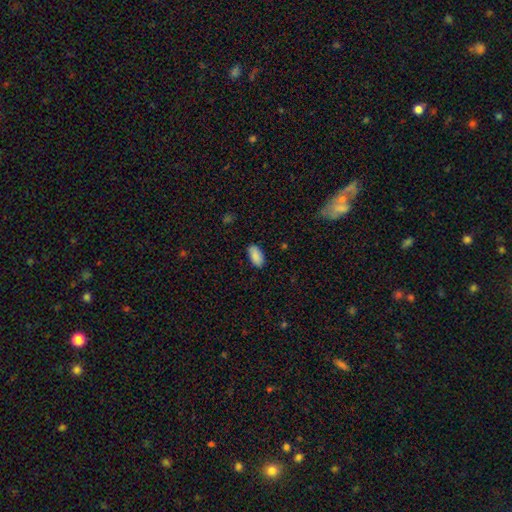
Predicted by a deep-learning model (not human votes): A smooth galaxy with no disk features (89%) that is in between round and cigar-shaped (93%). Merging: none (87%).